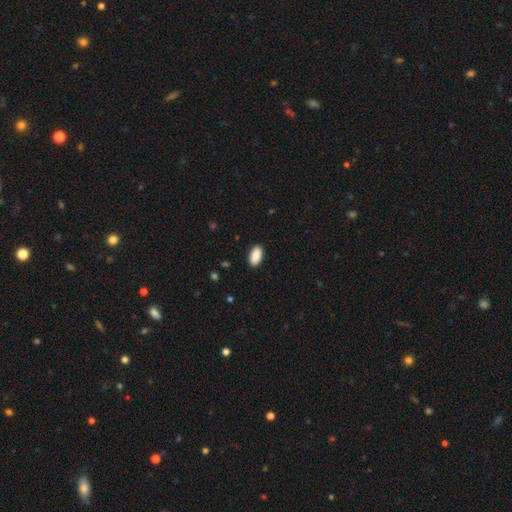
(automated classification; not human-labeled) smooth_or_featured: smooth (p=0.91) [alt: star or artifact p=0.06]
how_rounded: in between (p=0.94) [alt: cigar-shaped p=0.04]
merging: none (p=0.90) [alt: minor disturbance p=0.08]